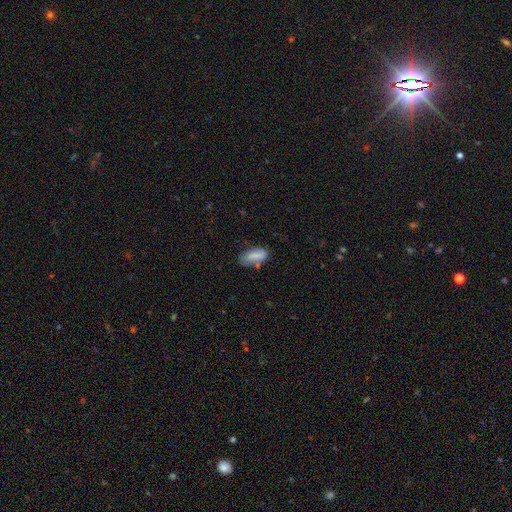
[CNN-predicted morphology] smooth_or_featured: smooth (p=0.79) [alt: featured or disk p=0.13]
how_rounded: in between (p=0.85) [alt: cigar-shaped p=0.12]
merging: none (p=0.58) [alt: minor disturbance p=0.26]